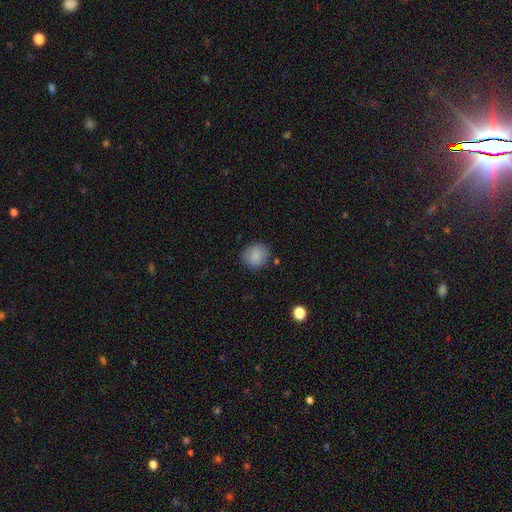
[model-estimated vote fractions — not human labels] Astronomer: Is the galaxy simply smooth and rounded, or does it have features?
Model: smooth — 87%.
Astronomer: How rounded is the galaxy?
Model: round — 74%.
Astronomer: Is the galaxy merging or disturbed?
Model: none — 83%.